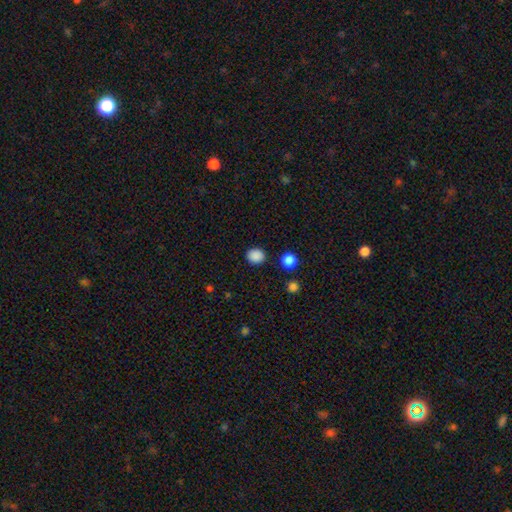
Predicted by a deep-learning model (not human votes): Smooth or featured? Predicted: smooth (p=0.87). How rounded? Predicted: round (p=0.63). Merging? Predicted: none (p=0.88).